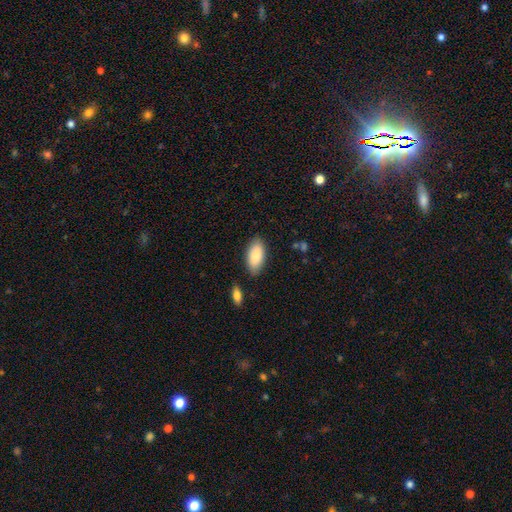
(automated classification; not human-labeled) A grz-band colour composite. It shows a smooth galaxy with no disk features (86%) that is in between round and cigar-shaped (92%). Merging: none (84%).